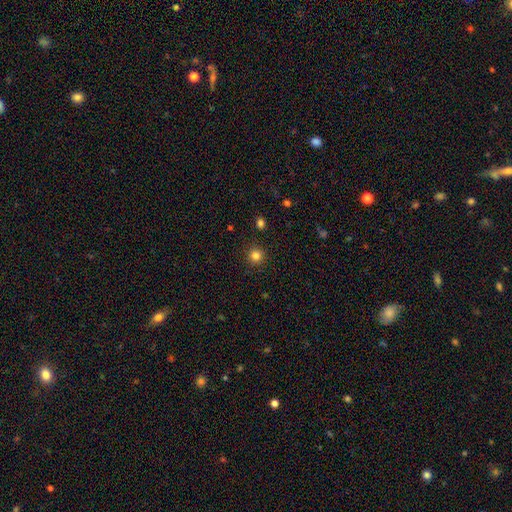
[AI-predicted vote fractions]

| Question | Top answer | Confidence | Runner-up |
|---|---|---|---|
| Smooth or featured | smooth | 82% | star or artifact (13%) |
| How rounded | round | 95% | in between (4%) |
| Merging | none | 91% | minor disturbance (5%) |